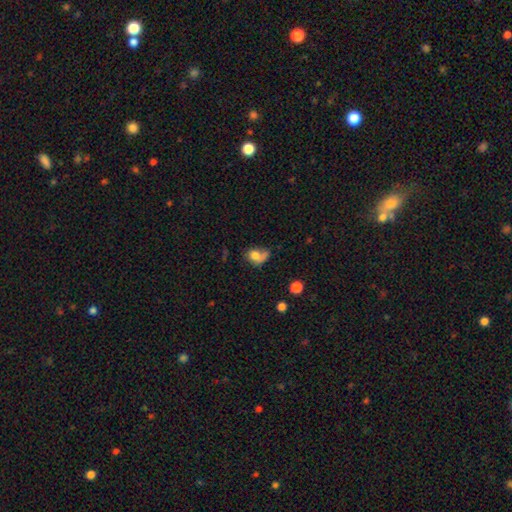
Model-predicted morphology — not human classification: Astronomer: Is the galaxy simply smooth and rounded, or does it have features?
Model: smooth — 70%.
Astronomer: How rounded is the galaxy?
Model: in between — 52% (runner-up: round, 46%).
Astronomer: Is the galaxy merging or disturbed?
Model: none — 34% (runner-up: major disturbance, 27%).